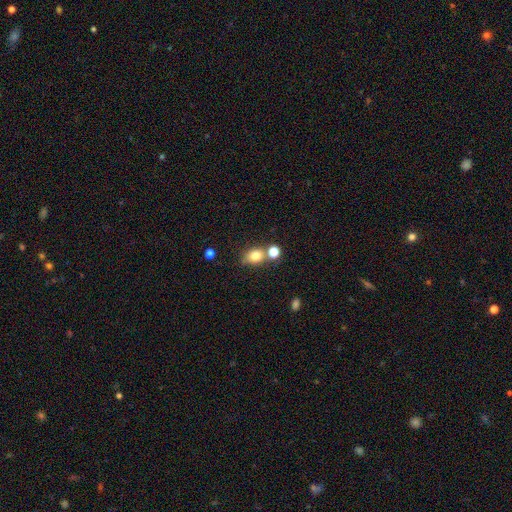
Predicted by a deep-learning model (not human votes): Smooth or featured: smooth — 77% (star or artifact — 13%)
How rounded: round — 49% (tied with in between — 49%)
Merging: none — 59% (merger — 22%)